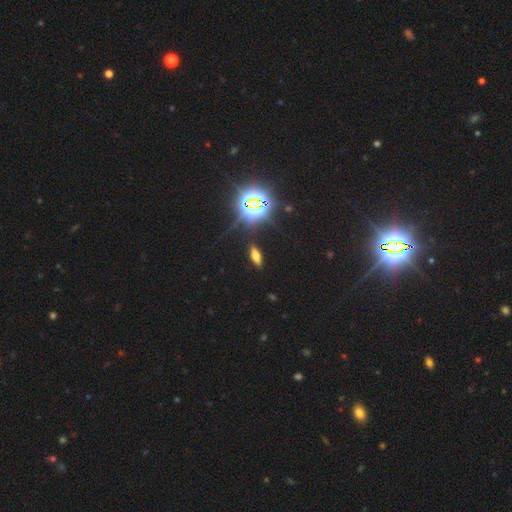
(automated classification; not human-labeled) Q: Smooth or featured?
A: smooth (53%); runner-up: star or artifact (33%)
Q: How rounded?
A: in between (63%); runner-up: cigar-shaped (31%)
Q: Merging?
A: none (86%); runner-up: minor disturbance (9%)